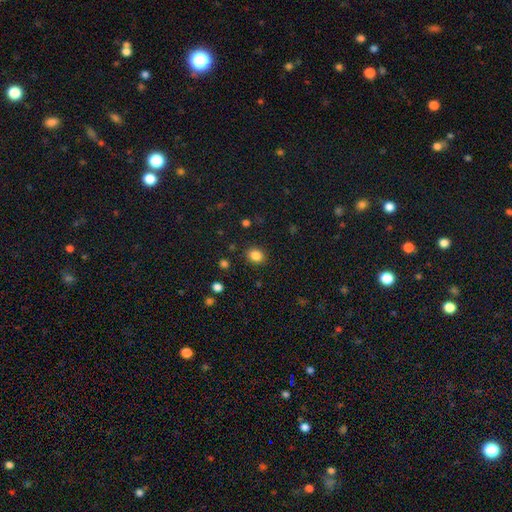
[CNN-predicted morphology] Smooth or featured? smooth (85%)
How rounded? round (60%)
Merging? none (88%)